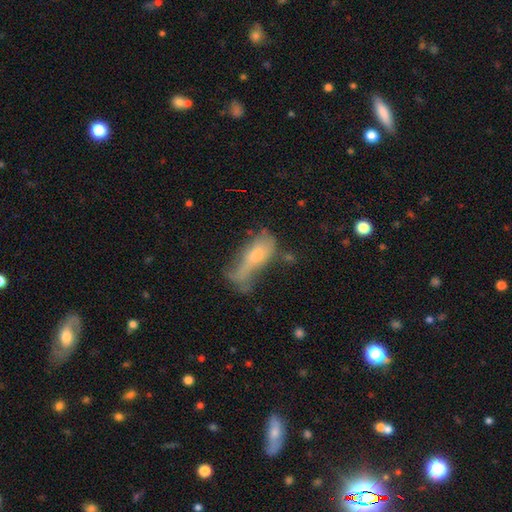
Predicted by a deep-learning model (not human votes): This appears to be a smooth galaxy with no disk features (54%) that is in between round and cigar-shaped (61%). Merging: major disturbance (42%).